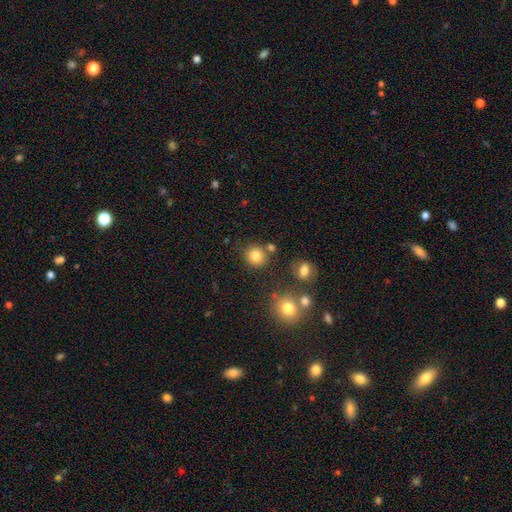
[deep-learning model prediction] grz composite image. It shows a smooth galaxy with no disk features (81%) that is round (91%). Merging: none (79%).